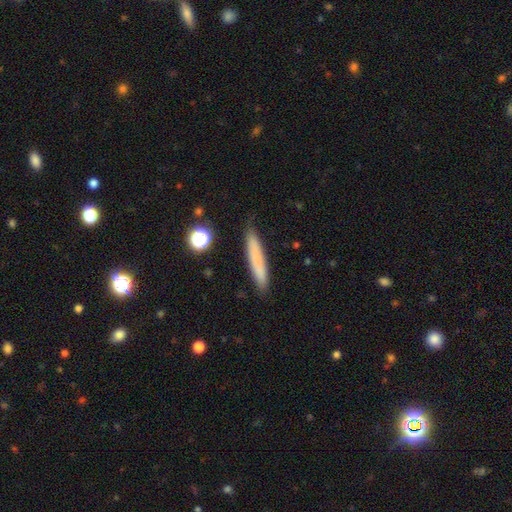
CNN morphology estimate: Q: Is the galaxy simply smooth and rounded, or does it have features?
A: smooth — 70%.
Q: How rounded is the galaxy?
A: cigar-shaped — 91%.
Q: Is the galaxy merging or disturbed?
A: none — 83%.